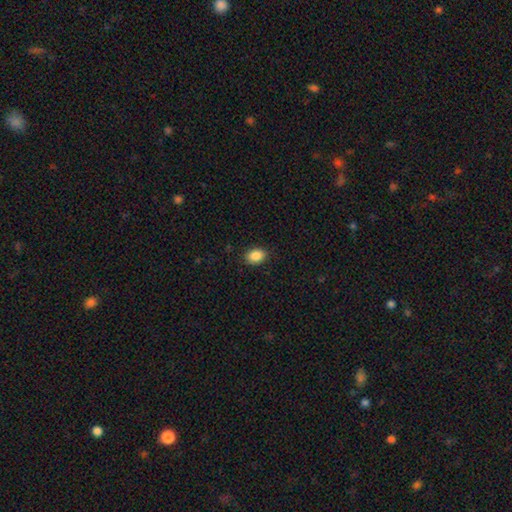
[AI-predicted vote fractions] This appears to be a smooth galaxy with no disk features (88%) that is in between round and cigar-shaped (80%). Merging: none (88%).